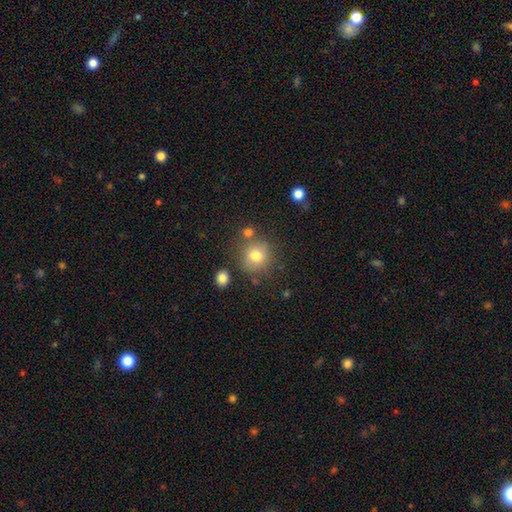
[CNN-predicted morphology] smooth_or_featured: smooth (p=0.76) [alt: star or artifact p=0.13]
how_rounded: round (p=0.89) [alt: in between p=0.10]
merging: none (p=0.75) [alt: minor disturbance p=0.11]